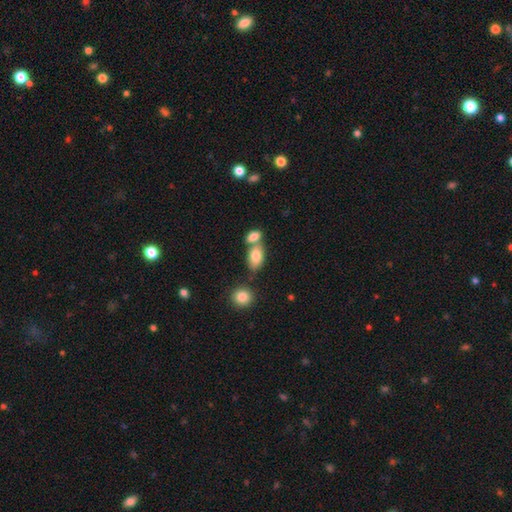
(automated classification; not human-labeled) This appears to be a smooth galaxy with no disk features (81%) that is in between round and cigar-shaped (89%). Merging: none (45%).